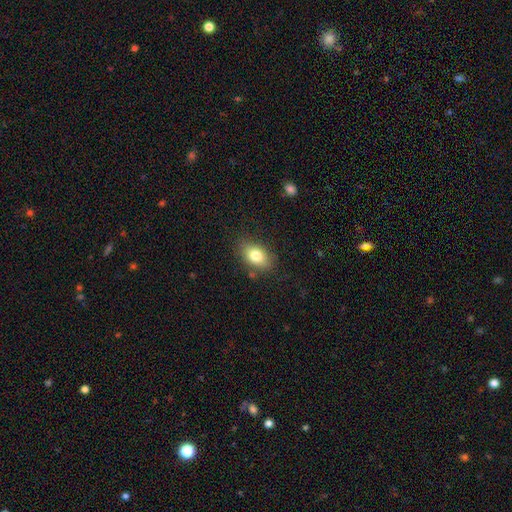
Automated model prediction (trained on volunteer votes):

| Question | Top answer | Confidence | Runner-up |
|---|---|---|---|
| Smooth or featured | smooth | 80% | featured or disk (12%) |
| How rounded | in between | 84% | round (14%) |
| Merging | none | 80% | minor disturbance (14%) |